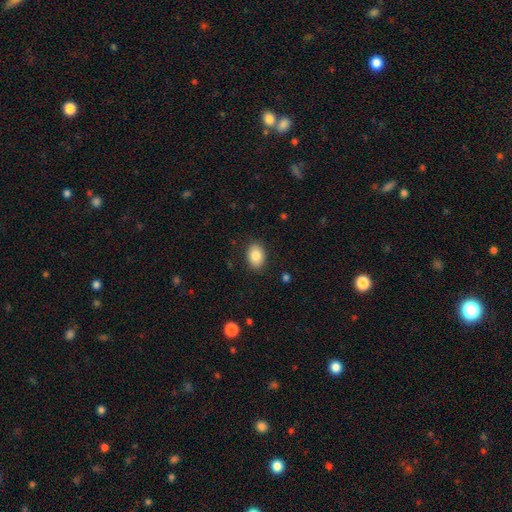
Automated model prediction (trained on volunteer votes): Smooth or featured?
  - smooth: 84% *
  - featured or disk: 8%
  - star or artifact: 8%
How rounded?
  - in between: 76% *
  - round: 23%
  - cigar-shaped: 1%
Merging?
  - none: 88% *
  - minor disturbance: 9%
  - major disturbance: 2%
  - merger: 1%